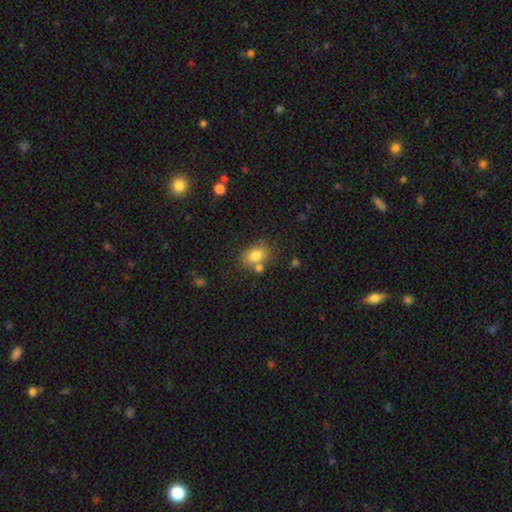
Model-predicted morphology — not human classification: A smooth galaxy with no disk features (79%) that is in between round and cigar-shaped (72%).

Vote fractions:
- Smooth or featured? smooth: 79% / featured or disk: 11% / star or artifact: 10%
- How rounded? in between: 72% / round: 27% / cigar-shaped: 1%
- Merging? none: 63% / merger: 18% / minor disturbance: 15% / major disturbance: 4%